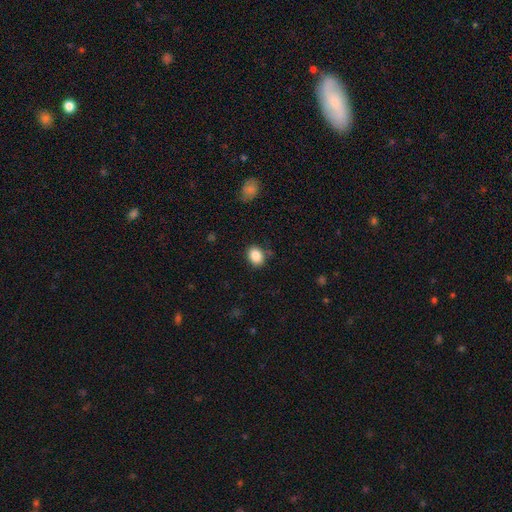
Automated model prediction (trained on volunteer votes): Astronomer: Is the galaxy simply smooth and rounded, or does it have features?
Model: smooth — 86%.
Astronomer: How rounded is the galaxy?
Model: in between — 57% (runner-up: round, 42%).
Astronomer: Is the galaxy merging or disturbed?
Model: none — 82%.